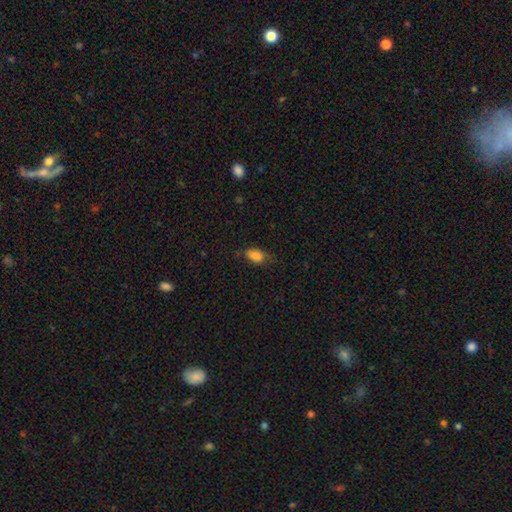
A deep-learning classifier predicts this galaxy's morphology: Smooth or featured: smooth — 83% (star or artifact — 9%)
How rounded: in between — 89% (round — 6%)
Merging: none — 60% (minor disturbance — 29%)